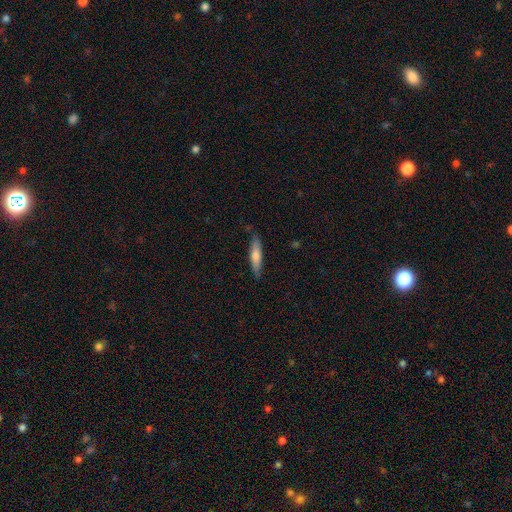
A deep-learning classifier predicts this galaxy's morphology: smooth 66%, featured or disk 29%, star or artifact 6%. Down the decision tree: how rounded — cigar-shaped (79%); merging — none (82%).